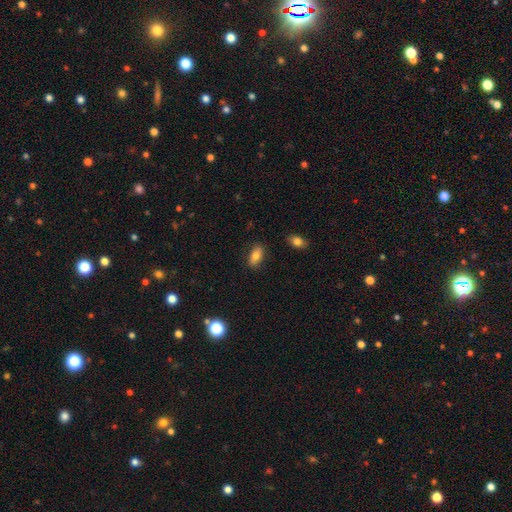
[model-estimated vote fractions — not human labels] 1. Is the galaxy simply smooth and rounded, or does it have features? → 82% smooth, 10% featured or disk, 8% star or artifact.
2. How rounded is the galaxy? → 90% in between, 6% cigar-shaped, 4% round.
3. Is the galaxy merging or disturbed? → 85% none, 11% minor disturbance, 2% major disturbance, 2% merger.